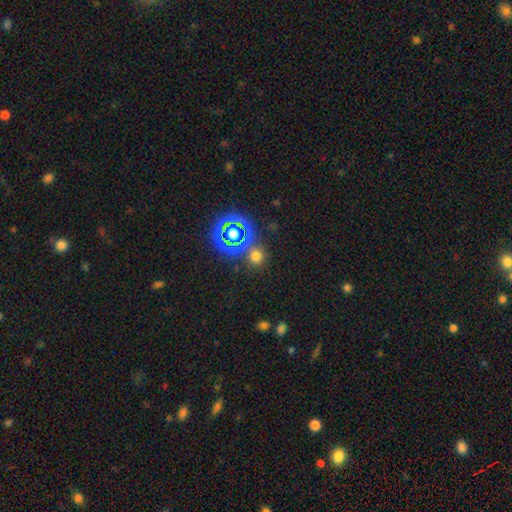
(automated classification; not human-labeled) This is likely a smooth galaxy (61%). How rounded: clearly round (88%). Merging: likely none (77%).